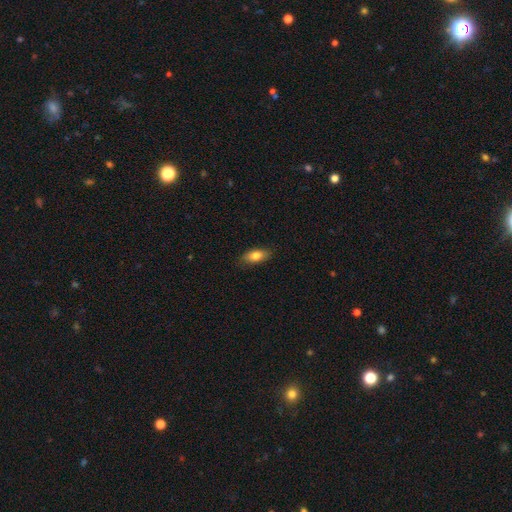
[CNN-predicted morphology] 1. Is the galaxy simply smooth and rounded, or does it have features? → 79% smooth, 13% featured or disk, 7% star or artifact.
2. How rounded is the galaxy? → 84% in between, 12% cigar-shaped, 4% round.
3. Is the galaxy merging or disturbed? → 86% none, 11% minor disturbance, 2% major disturbance, 1% merger.